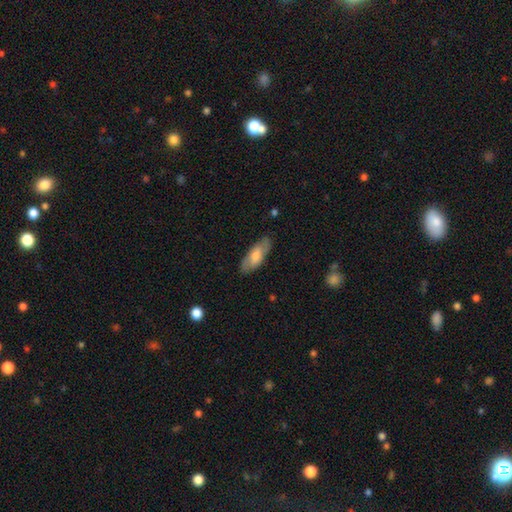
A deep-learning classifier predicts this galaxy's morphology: Q: Smooth or featured?
A: smooth (60%); runner-up: featured or disk (34%)
Q: How rounded?
A: in between (71%); runner-up: cigar-shaped (27%)
Q: Merging?
A: none (81%); runner-up: minor disturbance (14%)